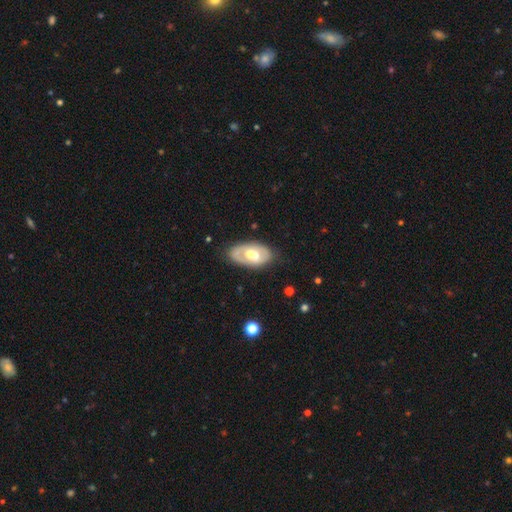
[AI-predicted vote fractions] A featured or disk galaxy (57%) with no bar (69%), no spiral arms (72%) and a moderate central bulge (71%).

Vote fractions:
- Smooth or featured? featured or disk: 57% / smooth: 37% / star or artifact: 5%
- Edge-on disk? no: 91% / yes: 9%
- Bar? no: 69% / weak: 24% / strong: 8%
- Spiral arms? no: 72% / yes: 28%
- Bulge size? moderate: 71% / large: 15% / small: 12% / none: 1% / dominant: 1%
- Merging? none: 73% / minor disturbance: 18% / major disturbance: 5% / merger: 3%